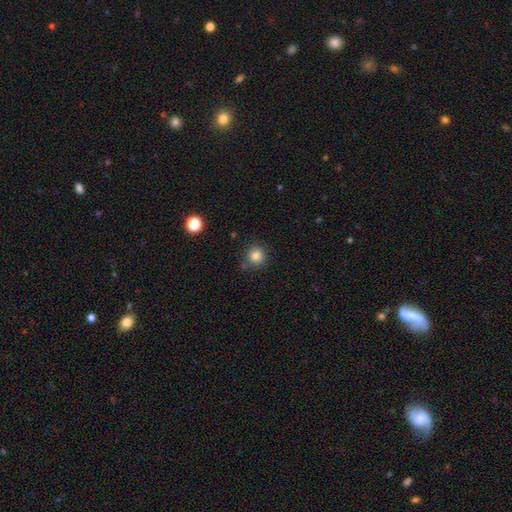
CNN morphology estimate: type=smooth (83%); roundness=round (92%); merging=none (79%).